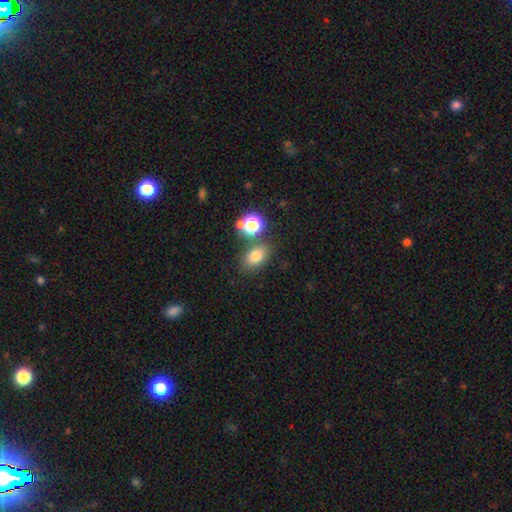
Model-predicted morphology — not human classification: Smooth or featured: smooth — 76% (star or artifact — 15%)
How rounded: in between — 71% (round — 27%)
Merging: none — 74% (merger — 11%)